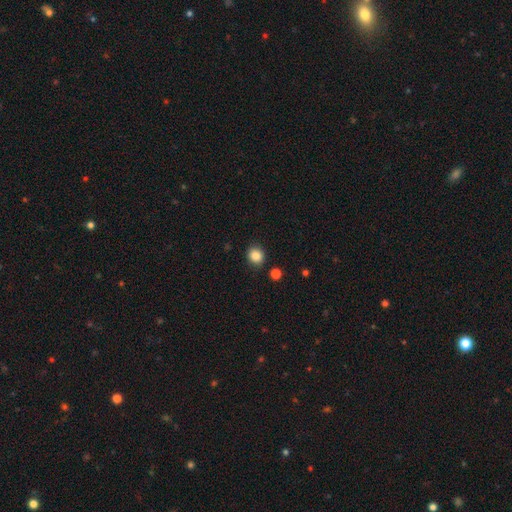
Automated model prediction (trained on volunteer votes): Smooth or featured: smooth — 86% (star or artifact — 10%)
How rounded: round — 78% (in between — 21%)
Merging: none — 87% (minor disturbance — 8%)